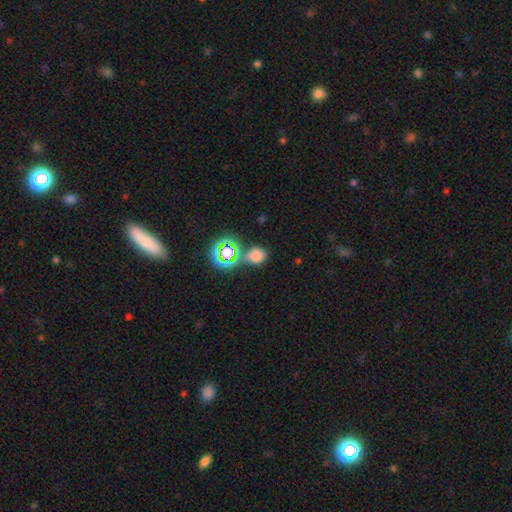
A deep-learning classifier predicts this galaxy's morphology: smooth 62%, star or artifact 30%, featured or disk 8%. Down the decision tree: how rounded — round (66%); merging — none (60%).